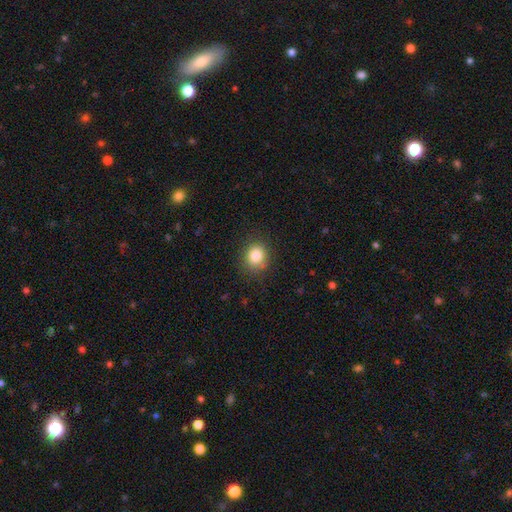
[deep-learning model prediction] Smooth or featured: smooth — 83% (star or artifact — 11%)
How rounded: round — 78% (in between — 21%)
Merging: none — 84% (minor disturbance — 11%)